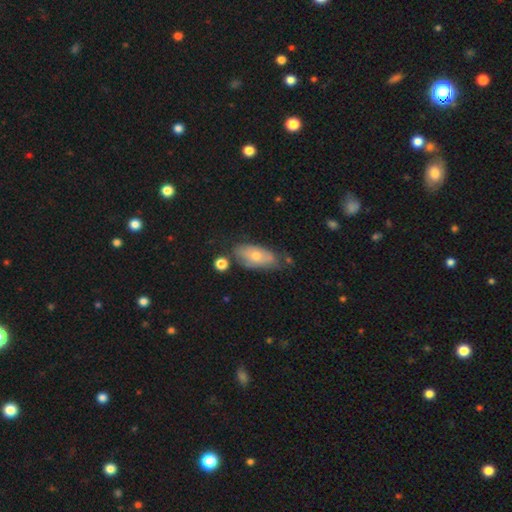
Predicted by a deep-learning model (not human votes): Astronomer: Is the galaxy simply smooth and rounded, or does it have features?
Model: smooth — 60%.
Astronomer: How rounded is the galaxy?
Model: in between — 88%.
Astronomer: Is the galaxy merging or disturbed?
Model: none — 56%.